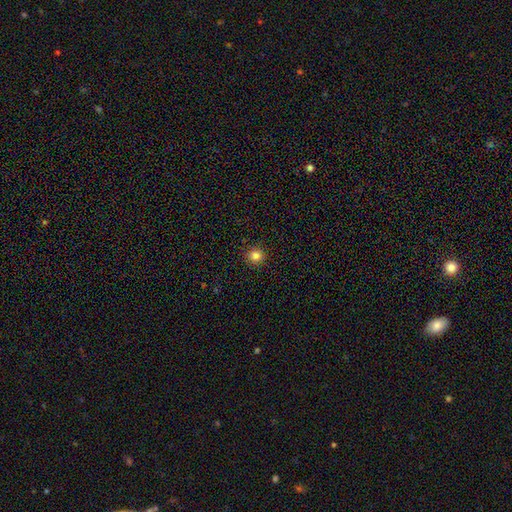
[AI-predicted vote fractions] smooth-or-featured: smooth: 83% | star or artifact: 12% | featured or disk: 4%
  how-rounded: round: 92% | in between: 7% | cigar-shaped: 1%
  merging: none: 91% | minor disturbance: 6% | major disturbance: 2% | merger: 1%